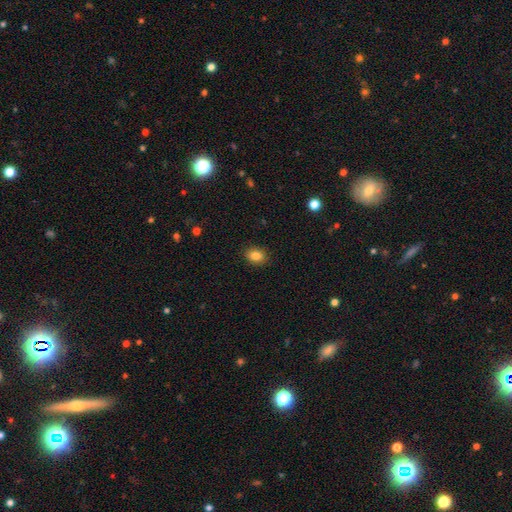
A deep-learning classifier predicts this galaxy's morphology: A smooth galaxy with no disk features (84%) that is in between round and cigar-shaped (53%). Merging: none (89%).